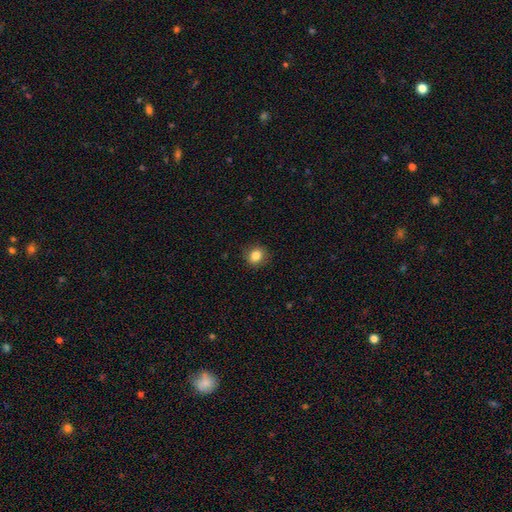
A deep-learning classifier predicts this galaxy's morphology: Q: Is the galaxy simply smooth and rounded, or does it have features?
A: smooth — 85%.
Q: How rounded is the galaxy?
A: round — 76%.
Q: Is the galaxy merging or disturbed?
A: none — 89%.